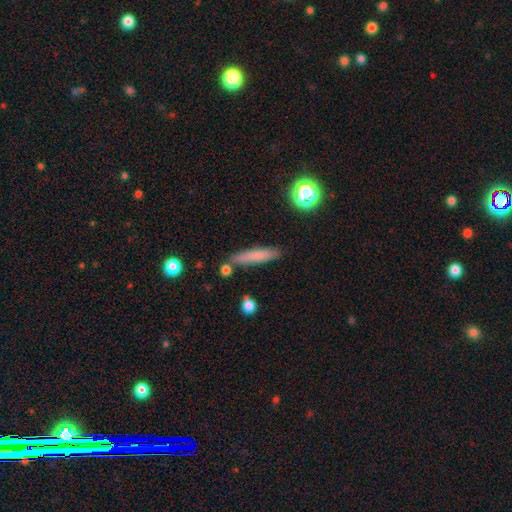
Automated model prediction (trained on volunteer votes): Smooth or featured? Predicted: smooth (p=0.73). How rounded? Predicted: cigar-shaped (p=0.88). Merging? Predicted: none (p=0.81).